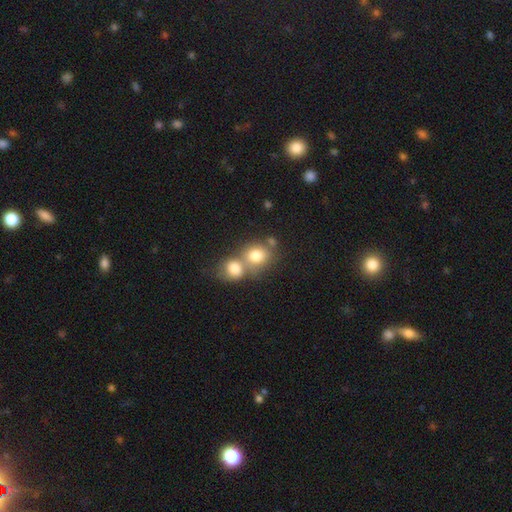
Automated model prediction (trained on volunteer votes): Smooth or featured: smooth — 79% (featured or disk — 12%)
How rounded: round — 72% (in between — 27%)
Merging: merger — 56% (none — 33%)